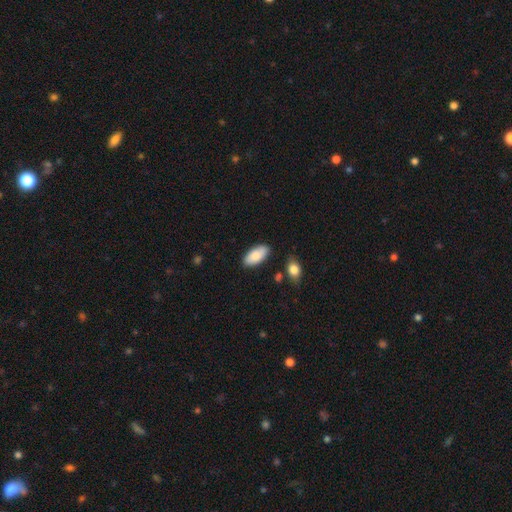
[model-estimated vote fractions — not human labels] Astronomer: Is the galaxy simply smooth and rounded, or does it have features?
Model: smooth — 83%.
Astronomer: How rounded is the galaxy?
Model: in between — 92%.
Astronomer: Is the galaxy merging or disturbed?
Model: none — 84%.